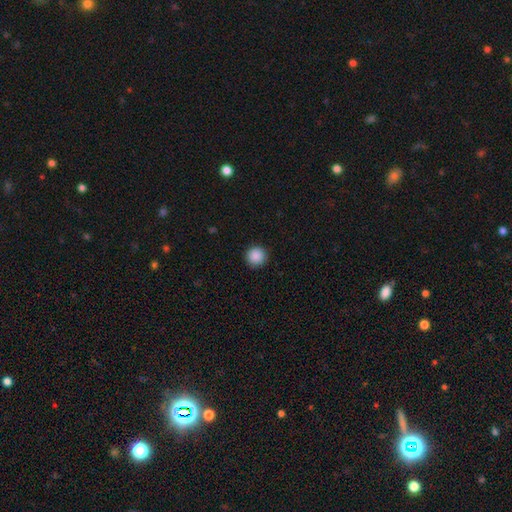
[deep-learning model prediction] Smooth or featured? smooth (89%)
How rounded? round (95%)
Merging? none (92%)